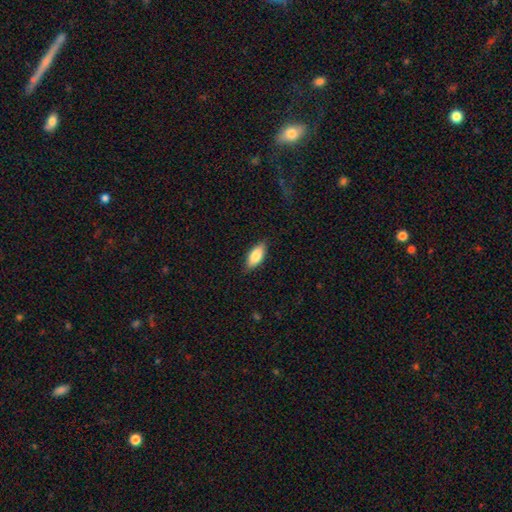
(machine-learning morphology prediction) Smooth or featured: smooth — 82% (featured or disk — 12%)
How rounded: in between — 83% (cigar-shaped — 14%)
Merging: none — 84% (minor disturbance — 12%)